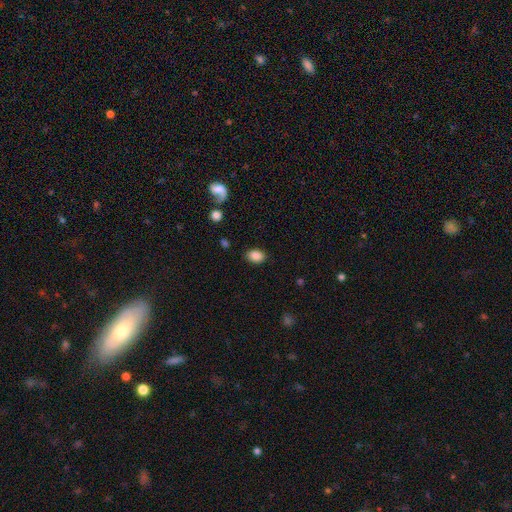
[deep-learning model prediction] A smooth galaxy with no disk features (85%) that is in between round and cigar-shaped (76%).

Vote fractions:
- Smooth or featured? smooth: 85% / star or artifact: 9% / featured or disk: 6%
- How rounded? in between: 76% / round: 23% / cigar-shaped: 1%
- Merging? none: 86% / minor disturbance: 10% / major disturbance: 3% / merger: 2%